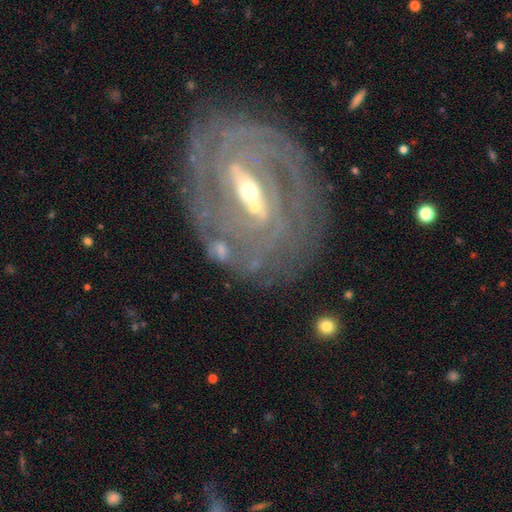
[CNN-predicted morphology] This is clearly a featured or disk galaxy (85%). It is clearly not viewed edge-on (93%). Bar: possibly strong (51%). Spiral arm pattern: clearly yes (88%). Spiral arm count: marginally can't tell (33%). Spiral winding: likely tight (71%). Central bulge: possibly small (52%). Merging: likely none (70%).